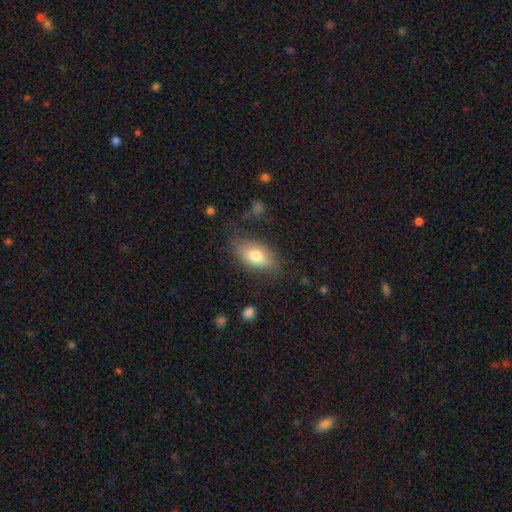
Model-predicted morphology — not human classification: This appears to be a smooth galaxy with no disk features (75%) that is in between round and cigar-shaped (91%). Merging: none (68%).